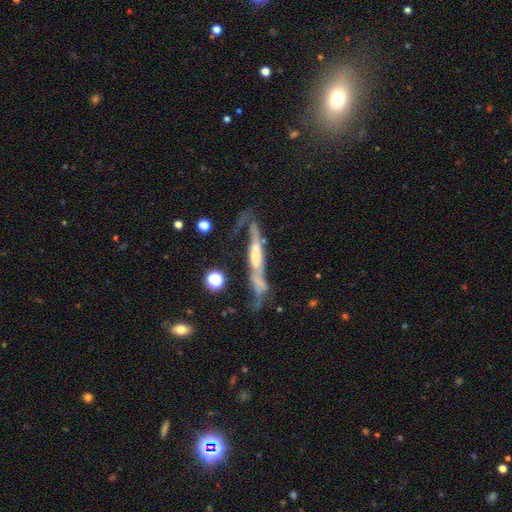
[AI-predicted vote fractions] This appears to be a featured or disk galaxy (68%) viewed edge-on (63%). Merging: major disturbance (31%, tied with none).